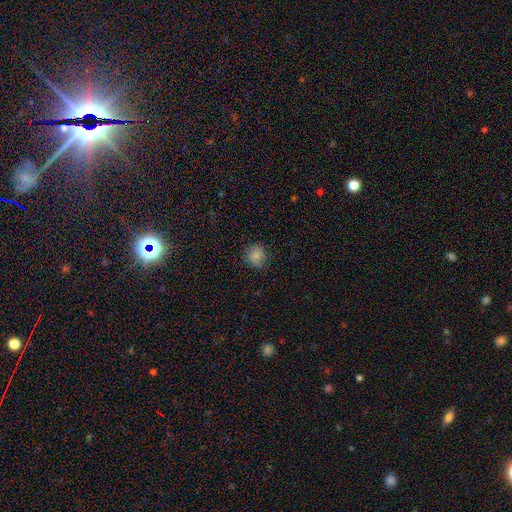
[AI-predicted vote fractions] smooth_or_featured: smooth (p=0.79) [alt: star or artifact p=0.11]
how_rounded: round (p=0.81) [alt: in between p=0.18]
merging: none (p=0.79) [alt: minor disturbance p=0.16]